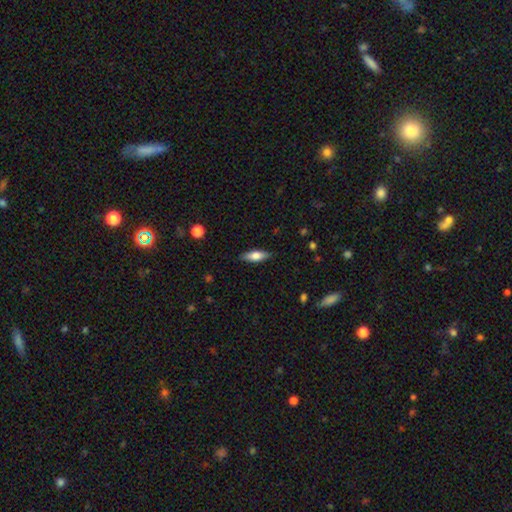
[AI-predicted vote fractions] Smooth or featured? Predicted: smooth (p=0.69). How rounded? Predicted: in between (p=0.63). Merging? Predicted: none (p=0.86).